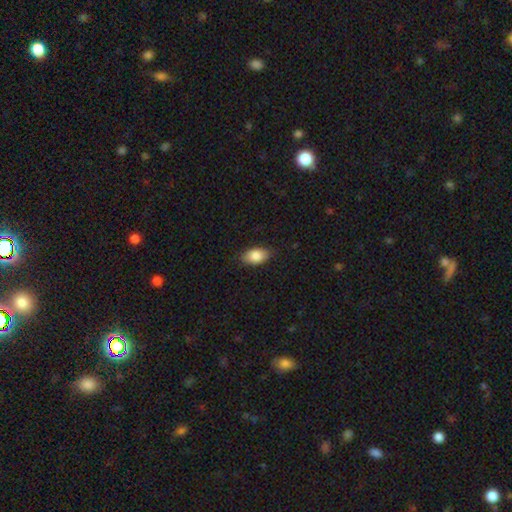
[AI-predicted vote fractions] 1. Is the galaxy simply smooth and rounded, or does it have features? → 86% smooth, 7% featured or disk, 7% star or artifact.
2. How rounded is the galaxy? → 92% in between, 5% round, 3% cigar-shaped.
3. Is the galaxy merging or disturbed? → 85% none, 12% minor disturbance, 2% major disturbance, 1% merger.